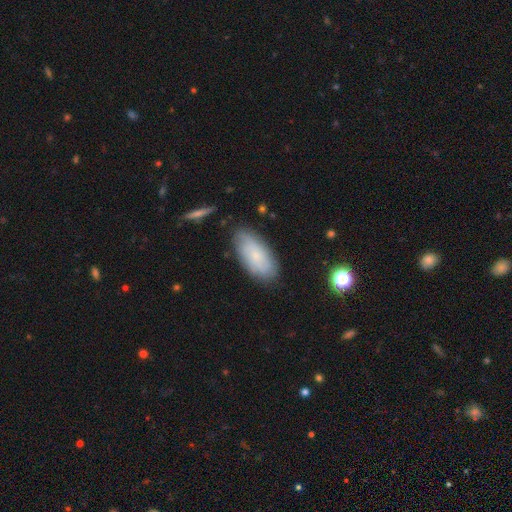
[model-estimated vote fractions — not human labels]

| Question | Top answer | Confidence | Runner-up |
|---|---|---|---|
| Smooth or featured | smooth | 58% | featured or disk (34%) |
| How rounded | in between | 89% | cigar-shaped (9%) |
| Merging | none | 79% | minor disturbance (15%) |